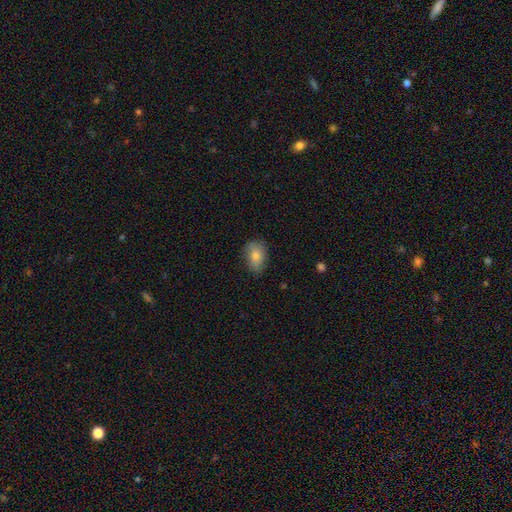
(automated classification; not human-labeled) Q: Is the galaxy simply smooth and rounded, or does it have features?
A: smooth — 77%.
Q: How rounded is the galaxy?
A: in between — 79%.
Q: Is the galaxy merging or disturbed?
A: none — 75%.